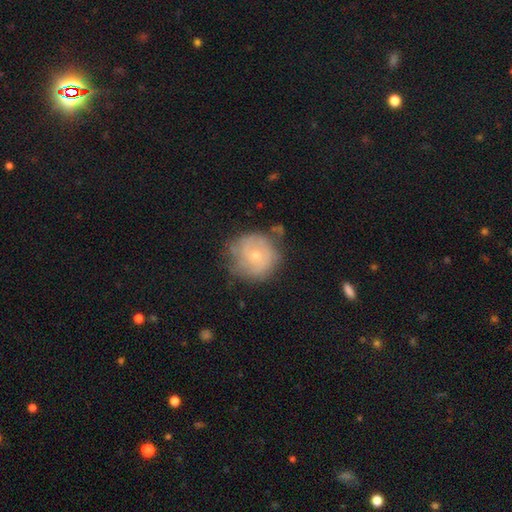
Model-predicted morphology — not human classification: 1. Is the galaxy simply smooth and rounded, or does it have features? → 52% featured or disk, 39% smooth, 8% star or artifact.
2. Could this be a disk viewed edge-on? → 97% no, 3% yes.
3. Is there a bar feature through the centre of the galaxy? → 83% no, 15% weak, 3% strong.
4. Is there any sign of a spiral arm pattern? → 65% yes, 35% no.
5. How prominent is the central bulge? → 67% small, 29% moderate, 1% none, 1% large, 1% dominant.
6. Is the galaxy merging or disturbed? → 64% none, 23% minor disturbance, 9% major disturbance, 3% merger.